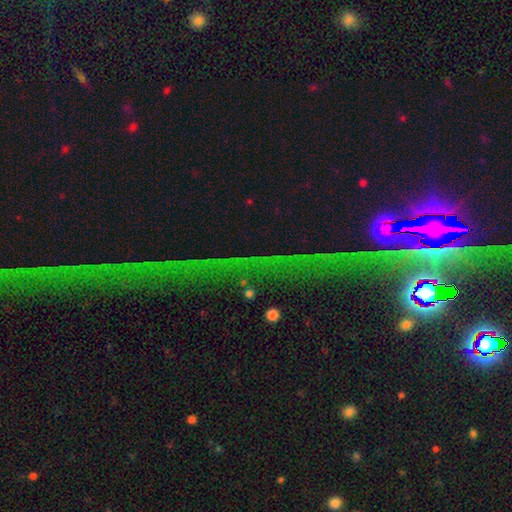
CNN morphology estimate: Overall: star or artifact (75%).